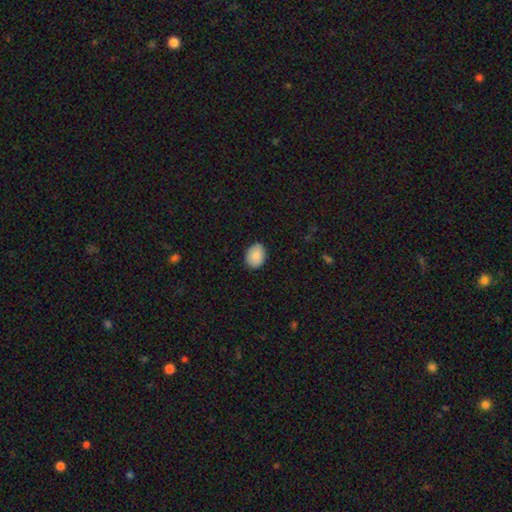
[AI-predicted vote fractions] A smooth galaxy with no disk features (86%) that is in between round and cigar-shaped (66%). Merging: none (87%).